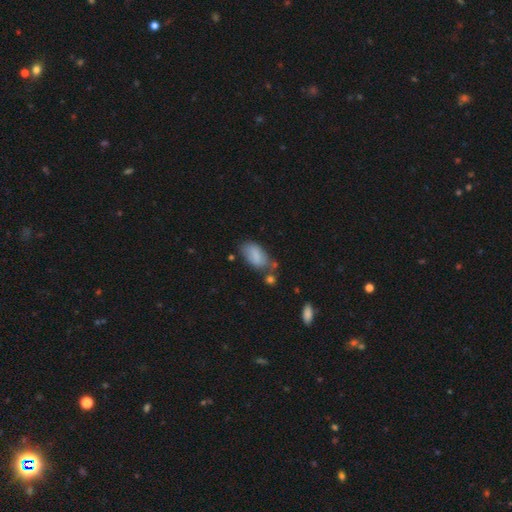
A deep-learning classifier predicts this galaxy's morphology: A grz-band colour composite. It shows a smooth galaxy with no disk features (79%) that is in between round and cigar-shaped (93%). Merging: none (51%).